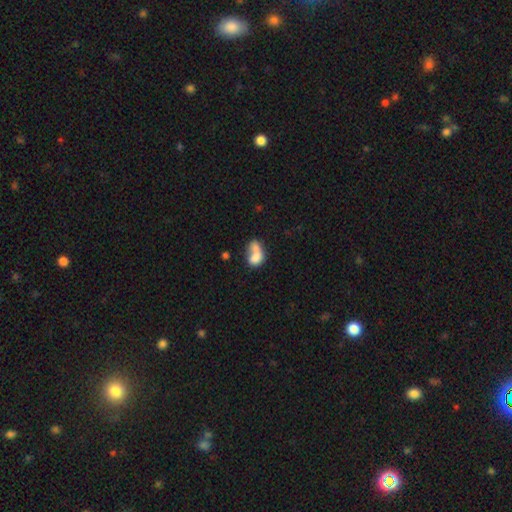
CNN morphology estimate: A smooth galaxy with no disk features (70%) that is in between round and cigar-shaped (74%). Merging: merger (59%).